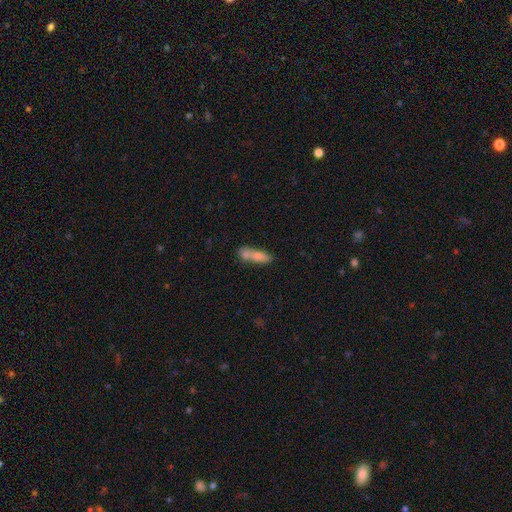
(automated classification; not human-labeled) A smooth galaxy with no disk features (73%) that is in between round and cigar-shaped (54%).

Vote fractions:
- Smooth or featured? smooth: 73% / featured or disk: 19% / star or artifact: 8%
- How rounded? in between: 54% / cigar-shaped: 42% / round: 4%
- Merging? merger: 49% / none: 32% / minor disturbance: 13% / major disturbance: 6%